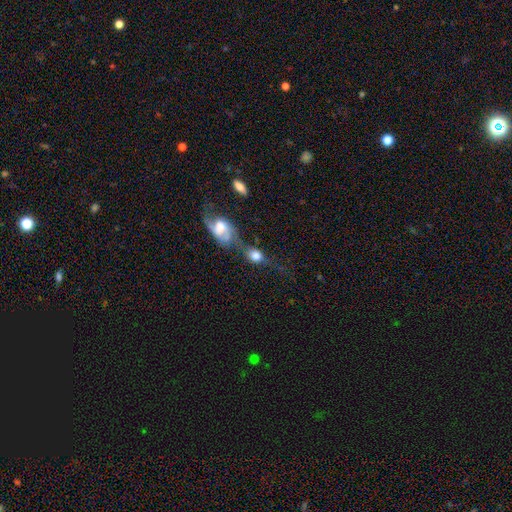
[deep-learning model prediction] This is likely a smooth galaxy (63%). How rounded: possibly in between (49%). Merging: possibly merger (47%).